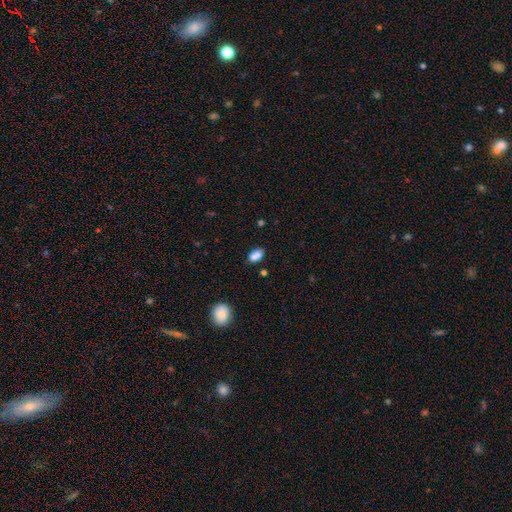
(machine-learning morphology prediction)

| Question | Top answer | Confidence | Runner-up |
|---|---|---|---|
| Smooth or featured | smooth | 84% | star or artifact (10%) |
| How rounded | in between | 89% | round (7%) |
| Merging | none | 72% | minor disturbance (16%) |